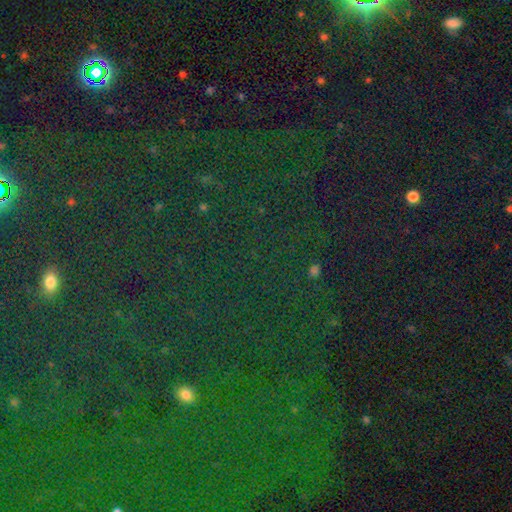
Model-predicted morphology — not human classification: A star or artifact, not a galaxy (82%).

Vote fractions:
- Smooth or featured? star or artifact: 82% / smooth: 10% / featured or disk: 7%